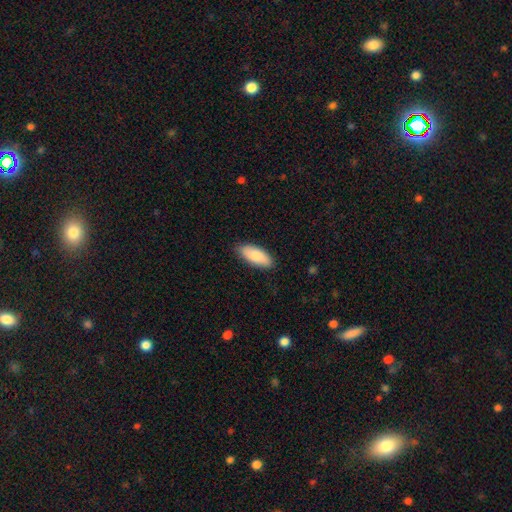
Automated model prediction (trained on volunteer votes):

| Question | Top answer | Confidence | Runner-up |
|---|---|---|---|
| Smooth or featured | smooth | 84% | featured or disk (10%) |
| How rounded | in between | 83% | cigar-shaped (15%) |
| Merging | none | 86% | minor disturbance (11%) |